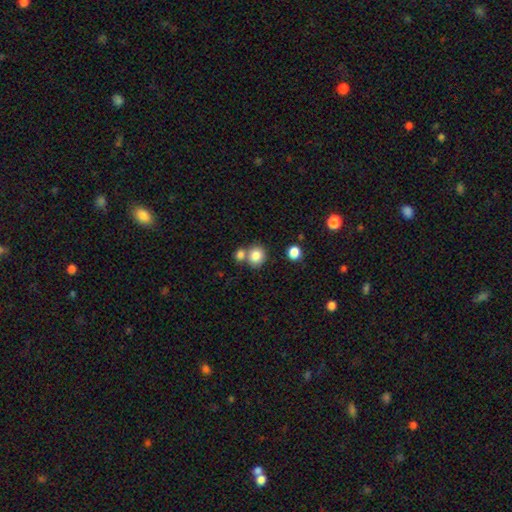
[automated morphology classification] type=smooth (82%); roundness=round (83%); merging=none (57%).